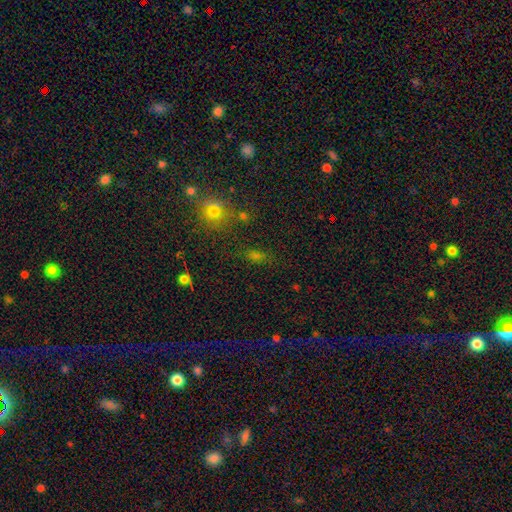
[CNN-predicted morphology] smooth_or_featured: smooth (p=0.49) [alt: star or artifact p=0.41]
merging: none (p=0.71) [alt: minor disturbance p=0.14]